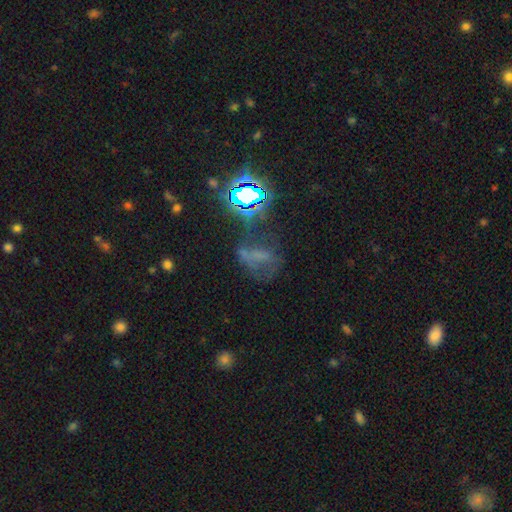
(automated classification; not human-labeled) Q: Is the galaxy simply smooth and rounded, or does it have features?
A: star or artifact — 39%.